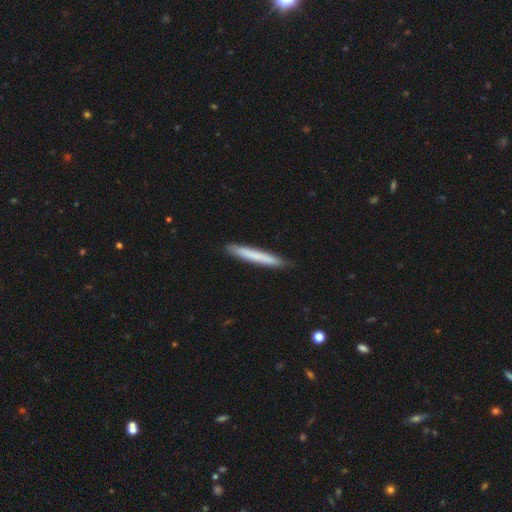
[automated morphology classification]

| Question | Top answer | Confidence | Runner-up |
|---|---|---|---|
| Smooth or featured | smooth | 73% | featured or disk (22%) |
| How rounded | cigar-shaped | 96% | in between (3%) |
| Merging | none | 89% | minor disturbance (8%) |